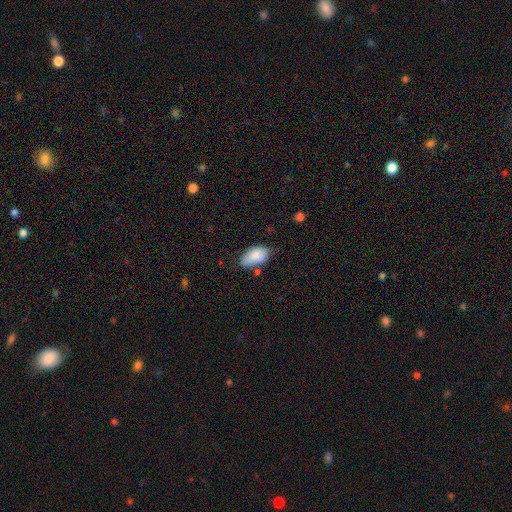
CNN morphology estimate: Overall: smooth (85%). How rounded: in between (94%). Merging: none (57%; minor disturbance 30%).